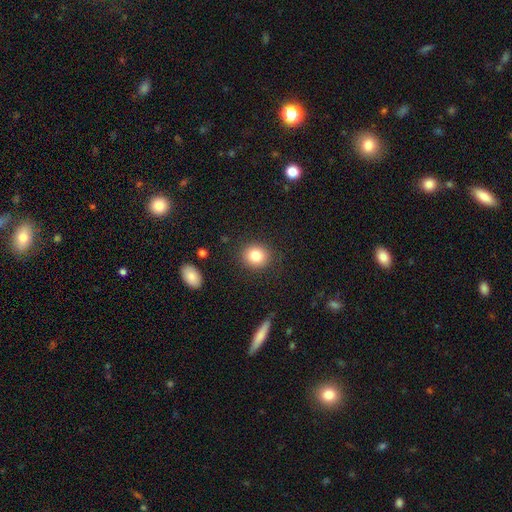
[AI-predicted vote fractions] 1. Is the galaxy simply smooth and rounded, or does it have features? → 83% smooth, 10% star or artifact, 7% featured or disk.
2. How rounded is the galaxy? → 78% round, 21% in between, 1% cigar-shaped.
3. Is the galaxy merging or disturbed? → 87% none, 8% minor disturbance, 3% major disturbance, 2% merger.